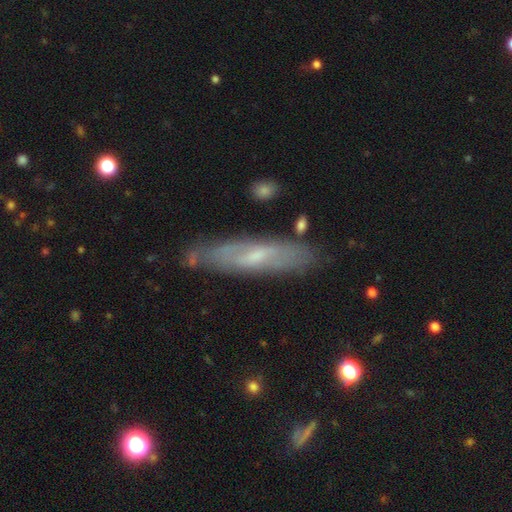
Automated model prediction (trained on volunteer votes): Smooth or featured: featured or disk — 58% (smooth — 34%)
Edge-on disk: yes — 50% (tied with no — 50%)
Merging: none — 78% (minor disturbance — 16%)